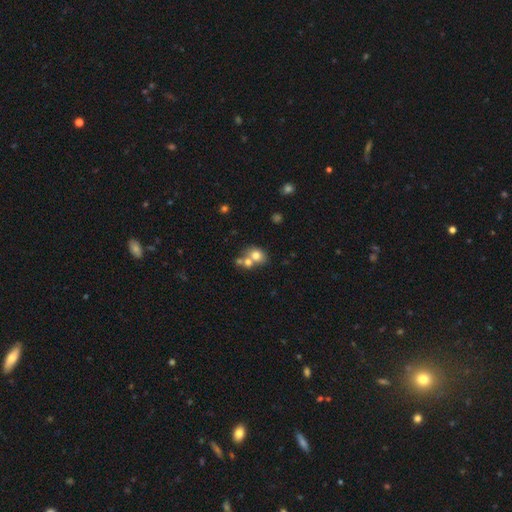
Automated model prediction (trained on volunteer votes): This is likely a smooth galaxy (71%). How rounded: likely round (62%). Merging: possibly merger (49%).